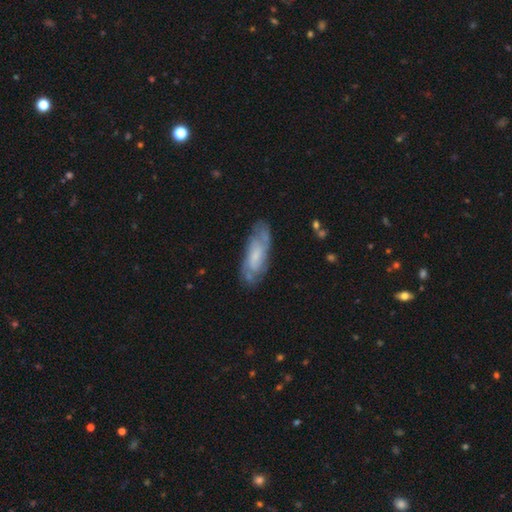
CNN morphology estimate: Smooth or featured? Predicted: featured or disk (p=0.60). Edge-on disk? Predicted: no (p=0.84). Bar? Predicted: no (p=0.63). Spiral arms? Predicted: yes (p=0.82). Bulge size? Predicted: small (p=0.42). Merging? Predicted: none (p=0.73).